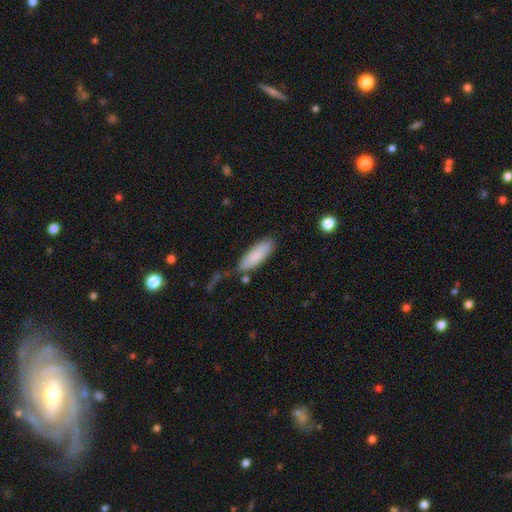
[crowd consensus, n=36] A smooth galaxy with no disk features (89%) that is in between round and cigar-shaped (62%). Merging: none (88%).